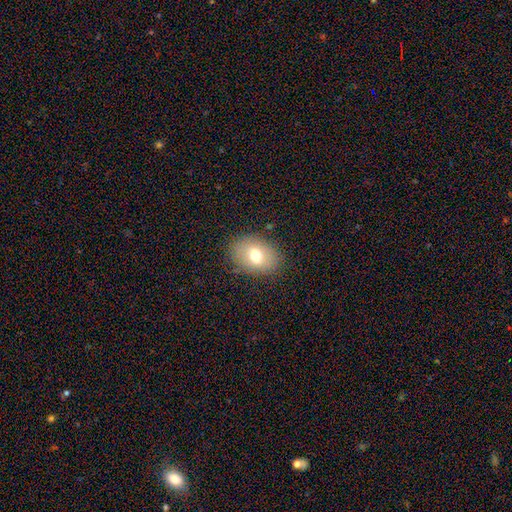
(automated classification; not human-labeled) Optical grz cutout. It shows a smooth galaxy with no disk features (69%) that is in between round and cigar-shaped (72%). Merging: none (84%).